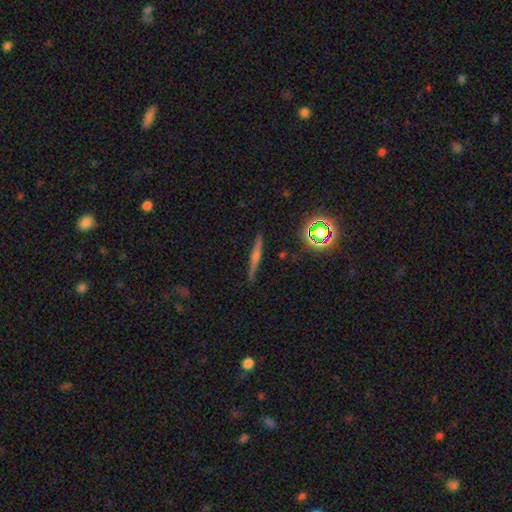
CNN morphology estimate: A featured or disk galaxy (61%) viewed edge-on (97%) with a rounded central bulge (71%).

Vote fractions:
- Smooth or featured? featured or disk: 61% / smooth: 25% / star or artifact: 13%
- Edge-on disk? yes: 97% / no: 3%
- Edge-on bulge? rounded: 71% / none: 17% / boxy: 12%
- Merging? none: 89% / minor disturbance: 8% / major disturbance: 2% / merger: 1%